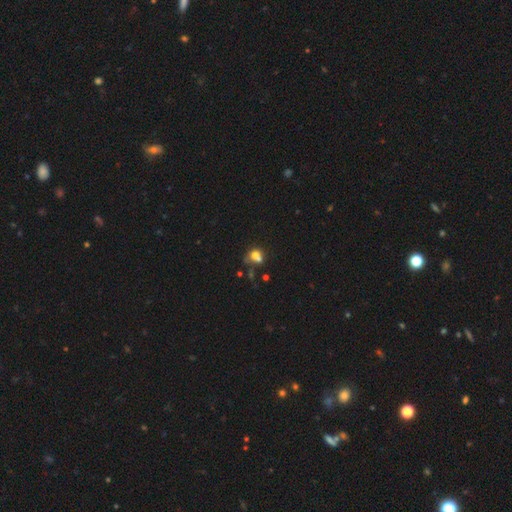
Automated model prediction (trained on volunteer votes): The model was most divided on "merging": merger: 45%, none: 31%, minor disturbance: 13%, major disturbance: 11%. More confident: smooth or featured — smooth (67%); how rounded — round (60%).